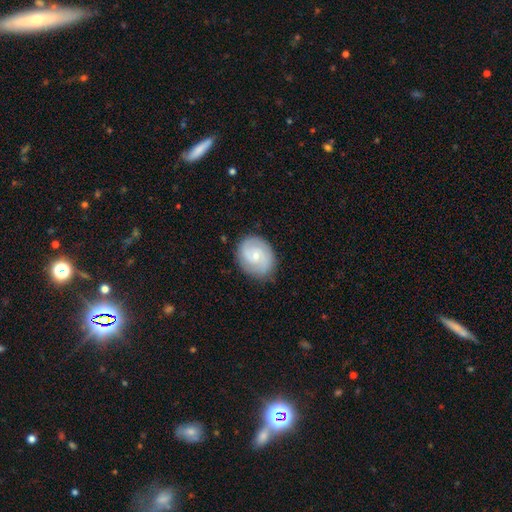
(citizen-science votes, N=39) Morphology: type=featured or disk (72%); edge-on=no (96%); bar=weak (52%); spiral arms=yes (89%); winding=tight (42%, tied with medium); arm count=2 (88%); bulge=small (70%); merging=none (89%).